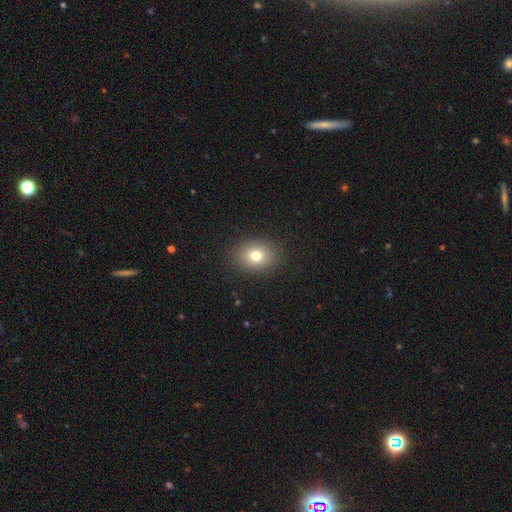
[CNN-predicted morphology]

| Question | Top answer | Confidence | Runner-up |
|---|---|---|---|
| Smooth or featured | smooth | 77% | star or artifact (13%) |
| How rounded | round | 51% | in between (48%) |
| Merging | none | 89% | minor disturbance (8%) |